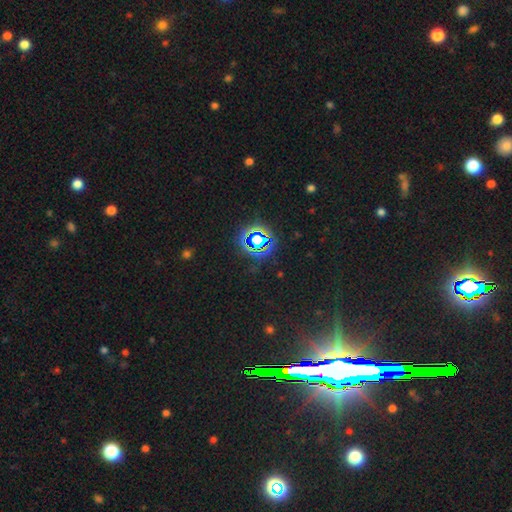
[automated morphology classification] Overall: star or artifact (80%).